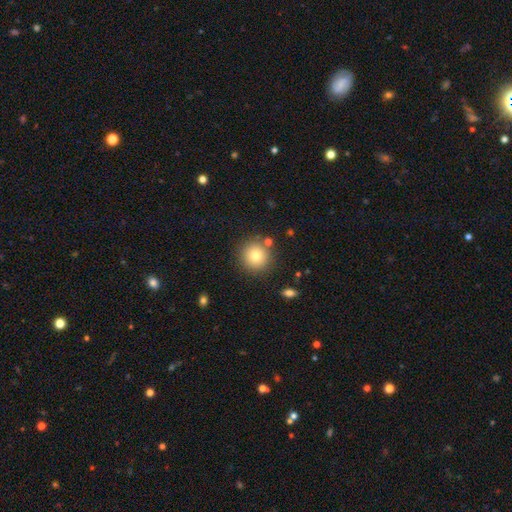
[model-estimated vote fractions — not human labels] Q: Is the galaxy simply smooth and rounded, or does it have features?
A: smooth — 78%.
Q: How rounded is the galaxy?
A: round — 94%.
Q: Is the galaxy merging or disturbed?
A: none — 86%.